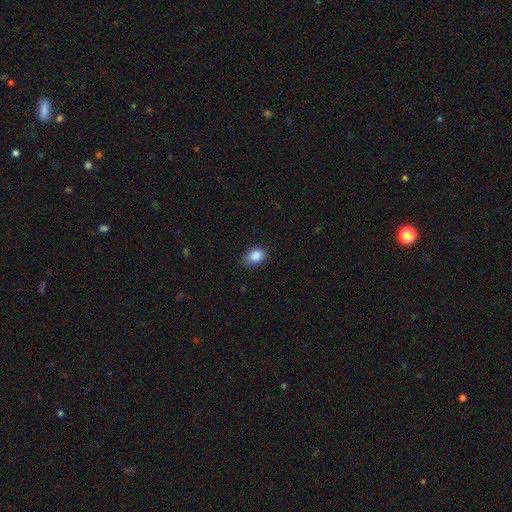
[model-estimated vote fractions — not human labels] This appears to be a smooth galaxy with no disk features (87%) that is in between round and cigar-shaped (76%). Merging: none (68%).